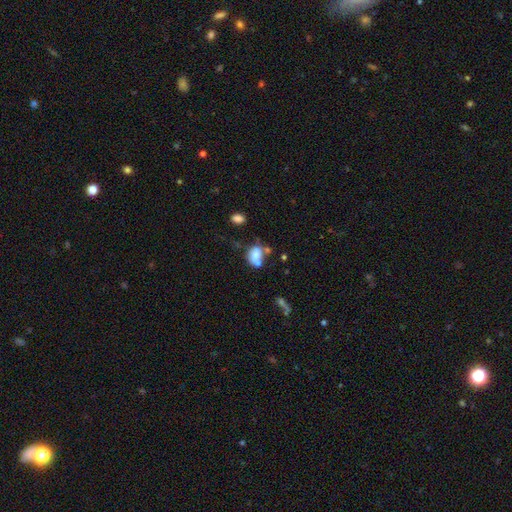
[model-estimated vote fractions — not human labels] Smooth or featured? smooth (73%)
How rounded? in between (70%)
Merging? merger (33%, tied with none)